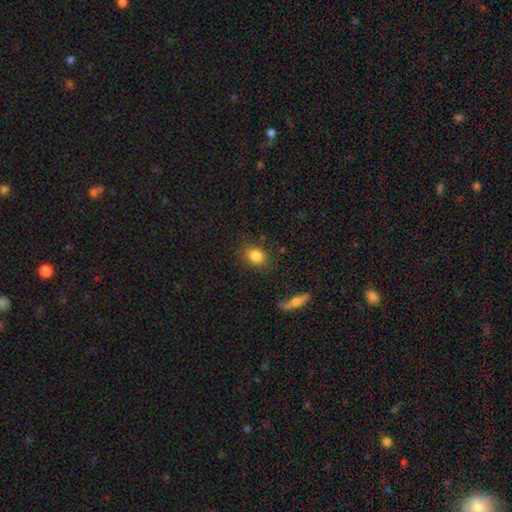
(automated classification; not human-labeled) The model was most divided on "how rounded": round: 58%, in between: 40%, cigar-shaped: 2%. More confident: smooth or featured — smooth (84%); merging — none (82%).